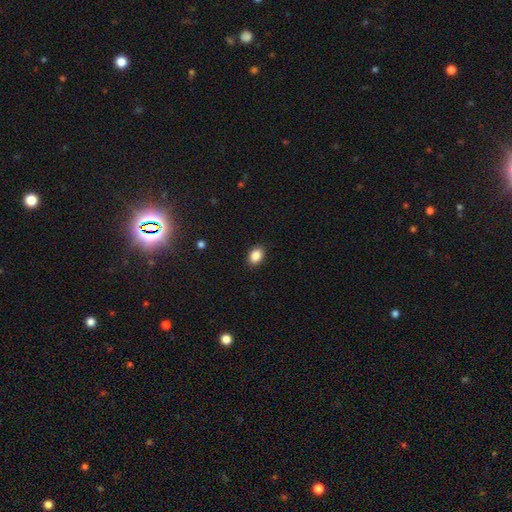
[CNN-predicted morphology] A smooth galaxy with no disk features (87%) that is in between round and cigar-shaped (70%).

Vote fractions:
- Smooth or featured? smooth: 87% / star or artifact: 9% / featured or disk: 4%
- How rounded? in between: 70% / round: 29% / cigar-shaped: 1%
- Merging? none: 89% / minor disturbance: 8% / major disturbance: 2% / merger: 1%